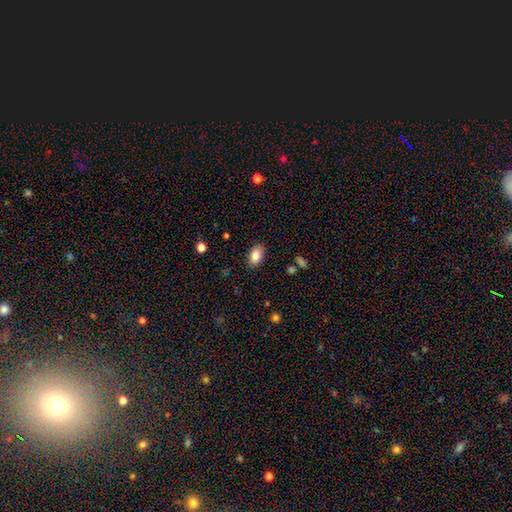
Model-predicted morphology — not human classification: Q: Smooth or featured?
A: smooth (83%); runner-up: featured or disk (9%)
Q: How rounded?
A: in between (90%); runner-up: round (8%)
Q: Merging?
A: none (86%); runner-up: minor disturbance (10%)